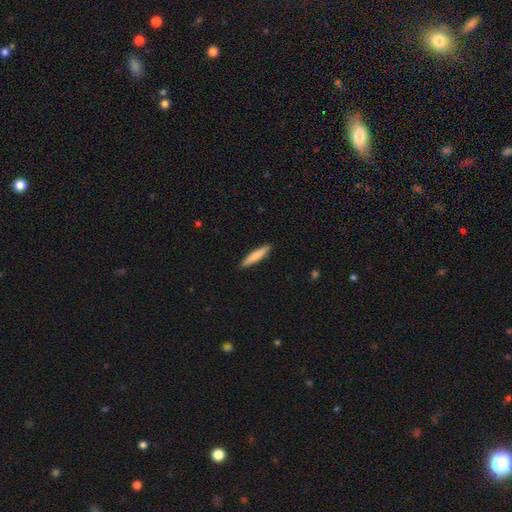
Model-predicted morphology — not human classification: smooth 78%, featured or disk 17%, star or artifact 5%. Down the decision tree: how rounded — cigar-shaped (89%); merging — none (91%).